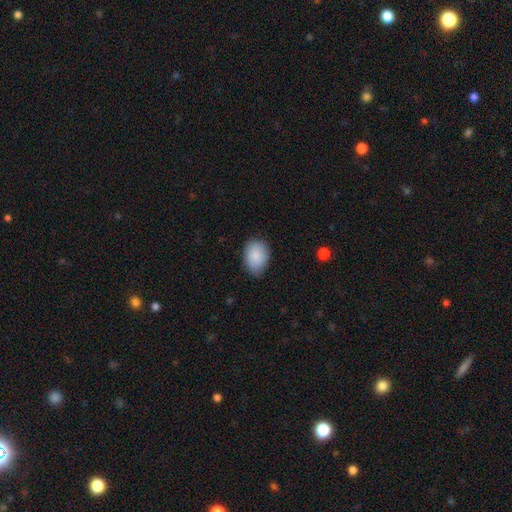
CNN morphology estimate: smooth 88%, star or artifact 7%, featured or disk 6%. Down the decision tree: how rounded — in between (78%); merging — none (70%).